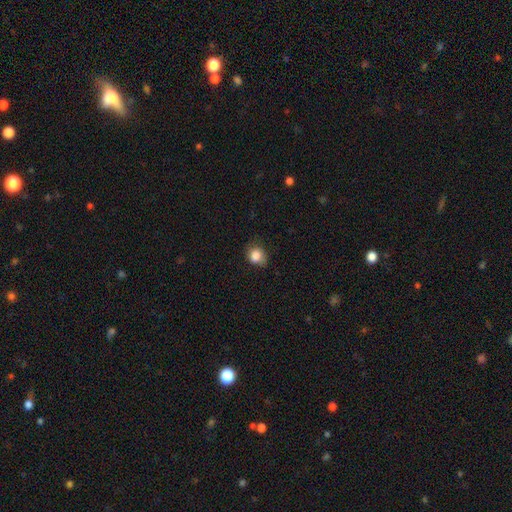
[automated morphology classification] type=smooth (85%); roundness=round (68%); merging=none (67%).